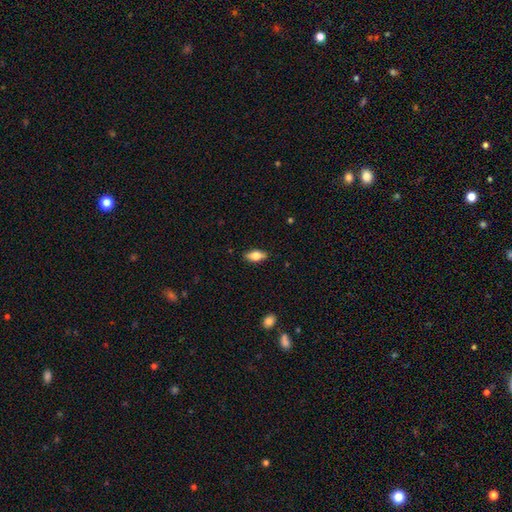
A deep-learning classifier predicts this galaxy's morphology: Smooth or featured? Predicted: smooth (p=0.66). How rounded? Predicted: in between (p=0.82). Merging? Predicted: none (p=0.87).